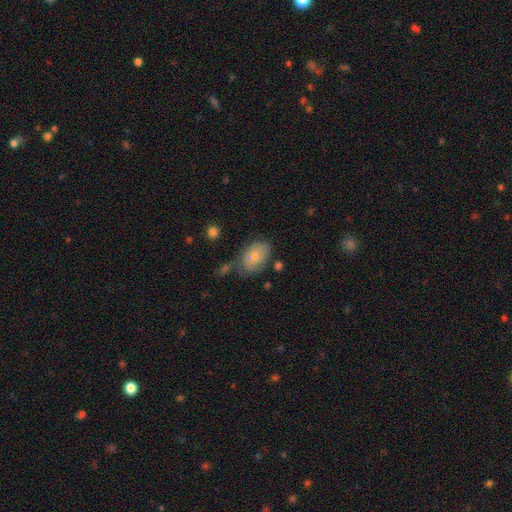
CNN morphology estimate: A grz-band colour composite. It shows a smooth galaxy with no disk features (72%) that is in between round and cigar-shaped (87%). Merging: none (67%).